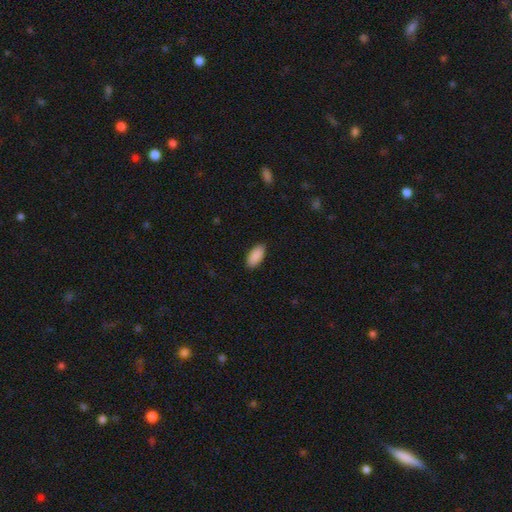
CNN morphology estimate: Smooth or featured? smooth (91%)
How rounded? in between (92%)
Merging? none (88%)